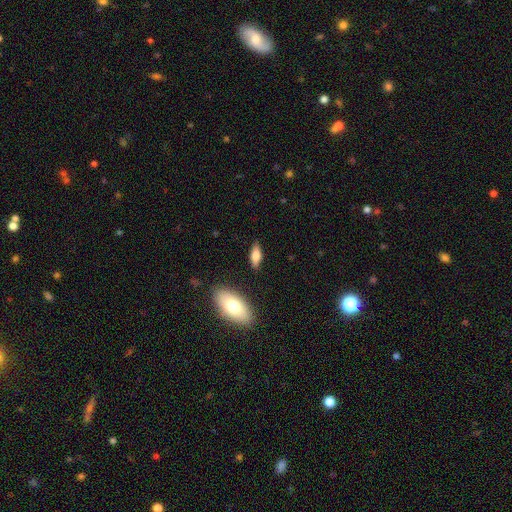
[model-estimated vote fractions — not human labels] Q: Smooth or featured?
A: smooth (69%); runner-up: featured or disk (24%)
Q: How rounded?
A: in between (72%); runner-up: cigar-shaped (25%)
Q: Merging?
A: none (83%); runner-up: minor disturbance (11%)